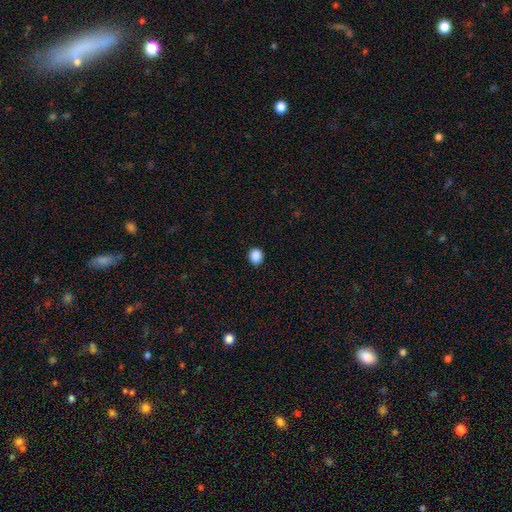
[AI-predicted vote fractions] smooth-or-featured: smooth: 89% | star or artifact: 9% | featured or disk: 2%
  how-rounded: round: 72% | in between: 27% | cigar-shaped: 1%
  merging: none: 91% | minor disturbance: 6% | major disturbance: 2% | merger: 1%